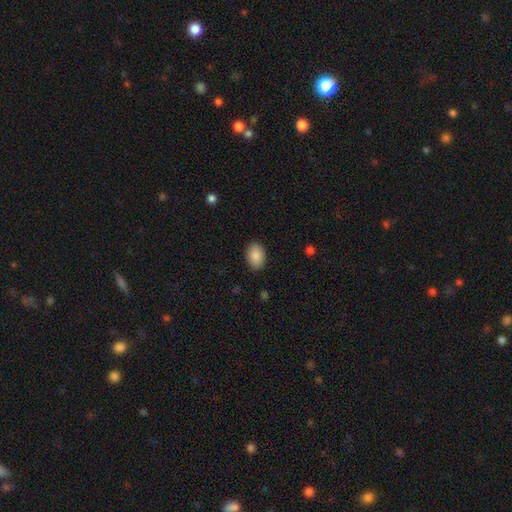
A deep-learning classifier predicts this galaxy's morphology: Smooth or featured? smooth (89%)
How rounded? in between (82%)
Merging? none (89%)